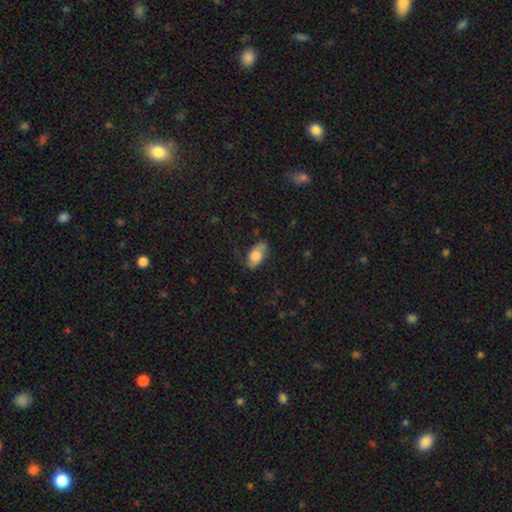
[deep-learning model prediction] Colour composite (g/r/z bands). It shows a smooth galaxy with no disk features (62%) that is in between round and cigar-shaped (91%). Merging: none (68%).